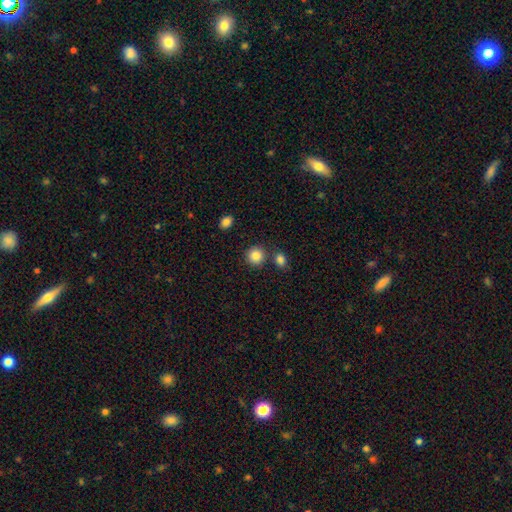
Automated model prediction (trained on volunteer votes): Smooth or featured: smooth — 87% (star or artifact — 9%)
How rounded: round — 91% (in between — 8%)
Merging: none — 80% (merger — 10%)